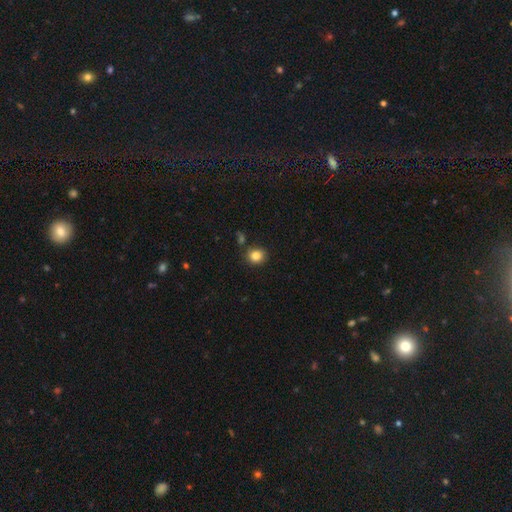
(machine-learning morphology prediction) type=smooth (85%); roundness=round (81%); merging=none (84%).